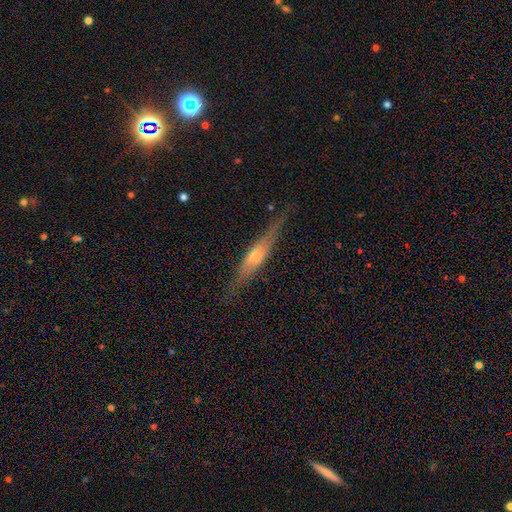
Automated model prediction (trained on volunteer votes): featured or disk 70%, smooth 21%, star or artifact 9%. Down the decision tree: edge-on disk — yes (95%); edge-on bulge — rounded (80%); merging — none (86%).